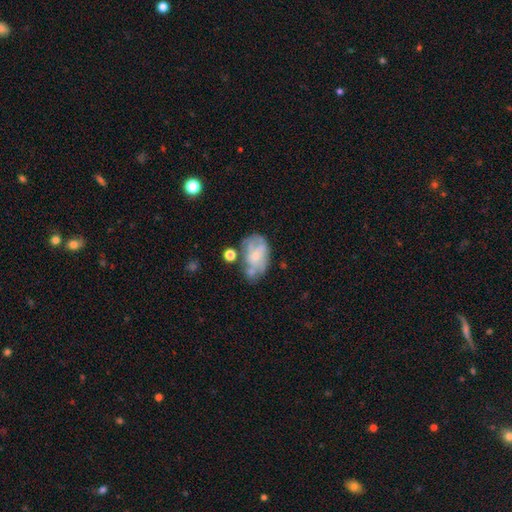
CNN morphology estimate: Overall: featured or disk (57%; smooth 33%). Edge-on disk: no (96%). Bar: no (73%). Spiral arms: yes (55%; no 45%). Bulge size: small (68%). Merging: none (41%; minor disturbance 26%).